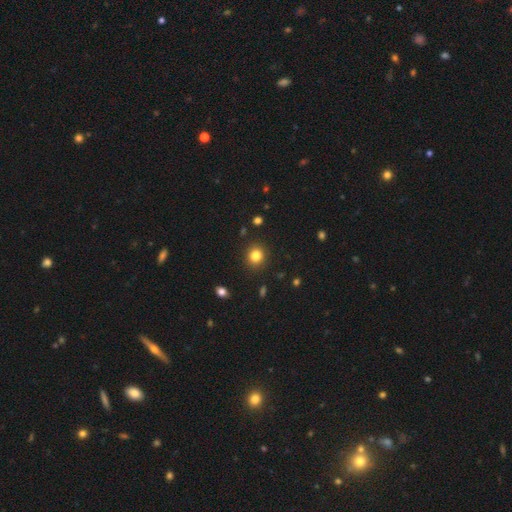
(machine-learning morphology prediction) A smooth galaxy with no disk features (83%) that is round (86%).

Vote fractions:
- Smooth or featured? smooth: 83% / star or artifact: 12% / featured or disk: 6%
- How rounded? round: 86% / in between: 13% / cigar-shaped: 1%
- Merging? none: 90% / minor disturbance: 6% / major disturbance: 2% / merger: 1%